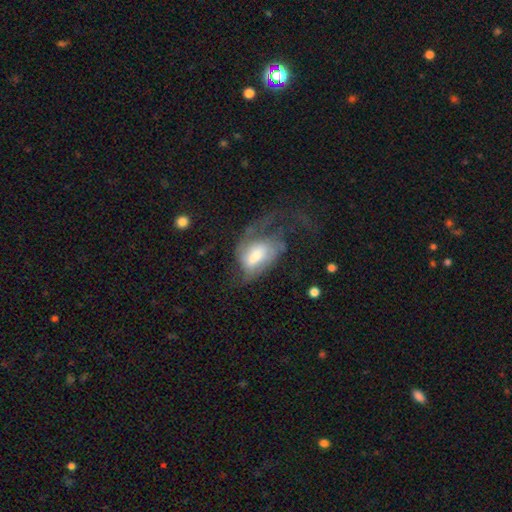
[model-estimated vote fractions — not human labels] This is possibly a featured or disk galaxy (54%). It is clearly not viewed edge-on (95%). Bar: marginally no (42%, tied with weak). Spiral arm pattern: likely yes (67%). Central bulge: marginally moderate (44%). Merging: possibly major disturbance (57%).